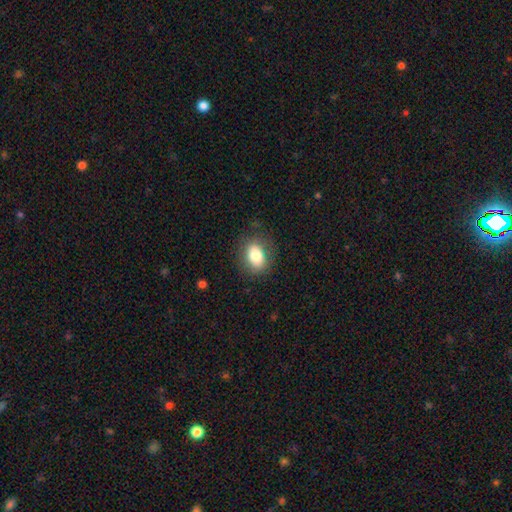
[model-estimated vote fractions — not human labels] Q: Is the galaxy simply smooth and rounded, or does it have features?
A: smooth — 80%.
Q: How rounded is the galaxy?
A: in between — 75%.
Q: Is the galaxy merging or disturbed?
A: none — 81%.